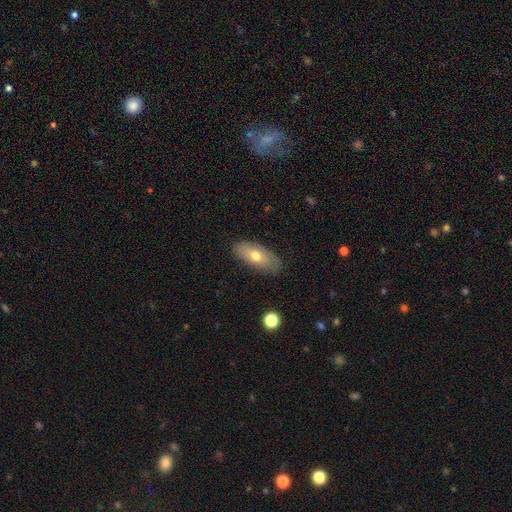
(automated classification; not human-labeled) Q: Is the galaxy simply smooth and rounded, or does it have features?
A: smooth — 65%.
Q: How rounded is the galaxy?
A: in between — 87%.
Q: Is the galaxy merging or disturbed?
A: none — 83%.